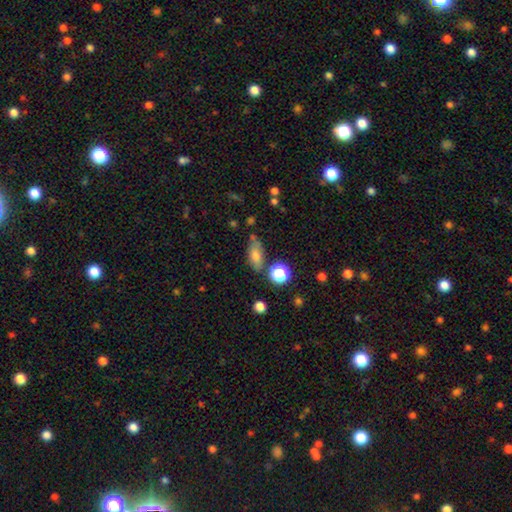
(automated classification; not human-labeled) Smooth or featured? Predicted: smooth (p=0.73). How rounded? Predicted: in between (p=0.78). Merging? Predicted: none (p=0.66).